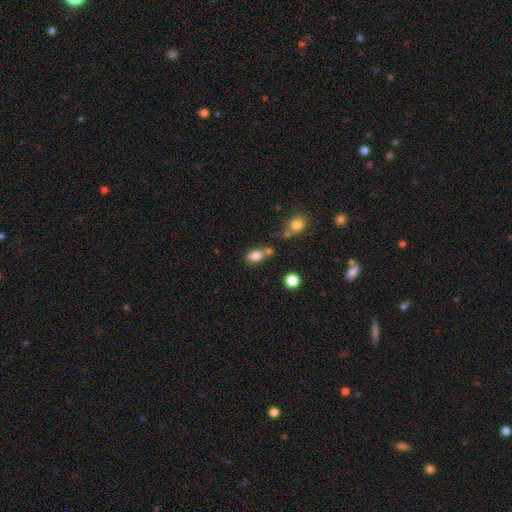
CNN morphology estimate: The model was most divided on "merging": none: 51%, merger: 26%, minor disturbance: 17%, major disturbance: 6%. More confident: how rounded — in between (84%); smooth or featured — smooth (80%).